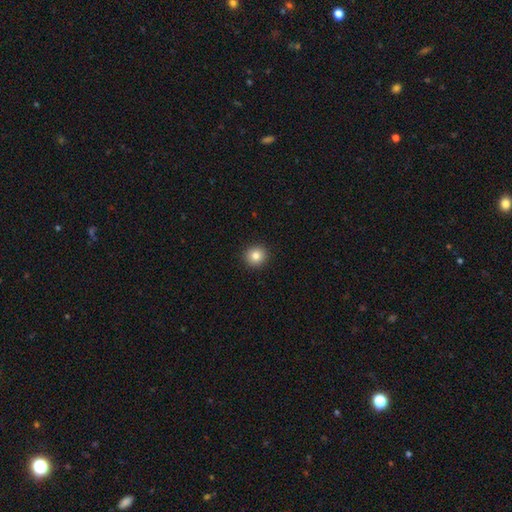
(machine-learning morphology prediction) This appears to be a smooth galaxy with no disk features (83%) that is round (93%). Merging: none (93%).